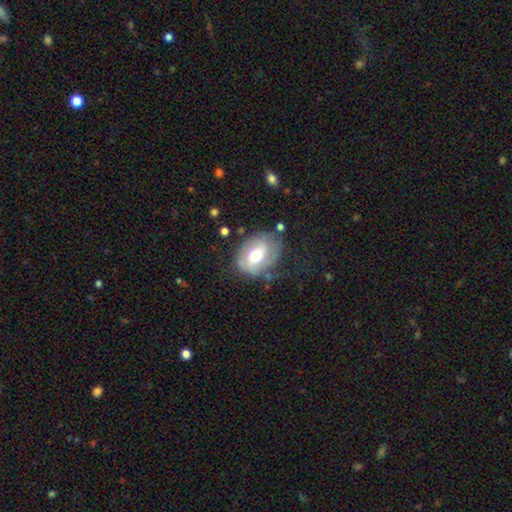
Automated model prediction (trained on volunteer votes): smooth-or-featured: featured or disk: 49% | smooth: 43% | star or artifact: 8%
  merging: none: 56% | minor disturbance: 26% | major disturbance: 15% | merger: 3%